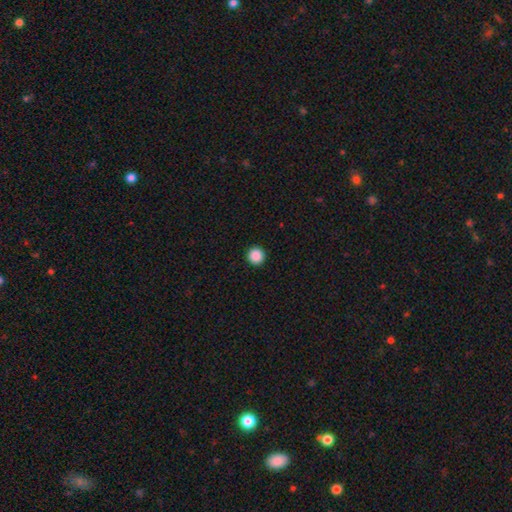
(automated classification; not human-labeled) smooth_or_featured: smooth (p=0.88) [alt: star or artifact p=0.09]
how_rounded: round (p=0.96) [alt: in between p=0.03]
merging: none (p=0.94) [alt: minor disturbance p=0.04]